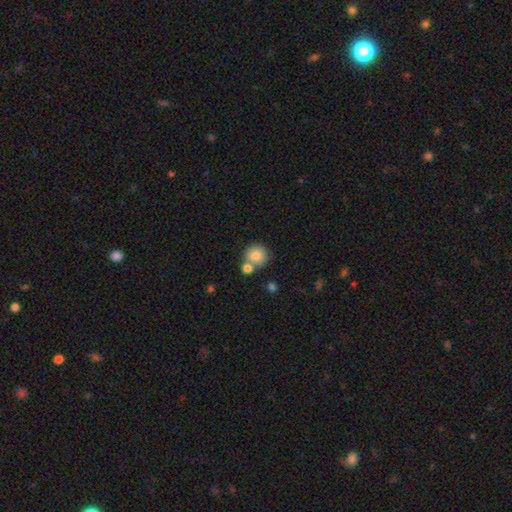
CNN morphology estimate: smooth_or_featured: smooth (p=0.82) [alt: star or artifact p=0.09]
how_rounded: round (p=0.90) [alt: in between p=0.09]
merging: none (p=0.59) [alt: merger p=0.28]